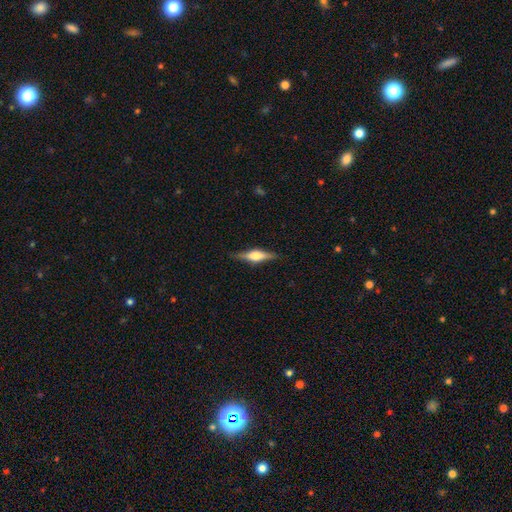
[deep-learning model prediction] Smooth or featured: featured or disk — 66% (smooth — 28%)
Edge-on disk: yes — 97% (no — 3%)
Edge-on bulge: rounded — 86% (boxy — 11%)
Merging: none — 86% (minor disturbance — 10%)